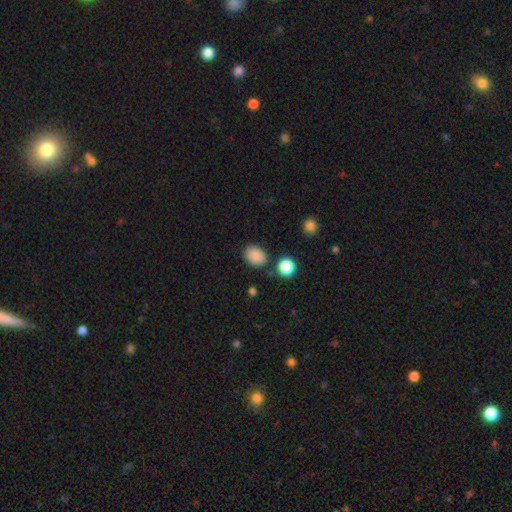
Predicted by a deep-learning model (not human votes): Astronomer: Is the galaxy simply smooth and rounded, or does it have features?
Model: smooth — 87%.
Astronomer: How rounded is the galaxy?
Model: in between — 67%.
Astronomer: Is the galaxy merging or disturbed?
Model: none — 81%.